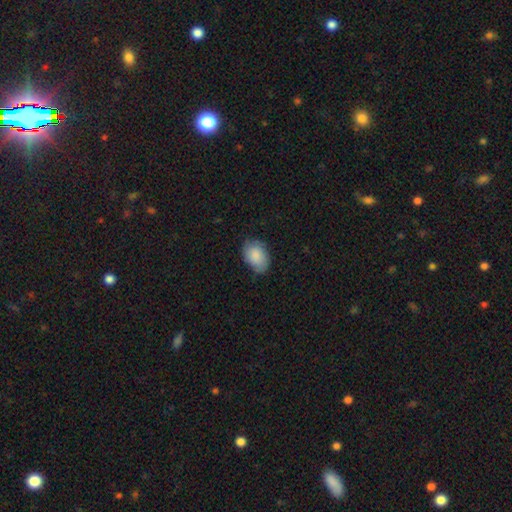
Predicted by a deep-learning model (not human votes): This is clearly a smooth galaxy (85%). How rounded: clearly in between (82%). Merging: likely none (71%).